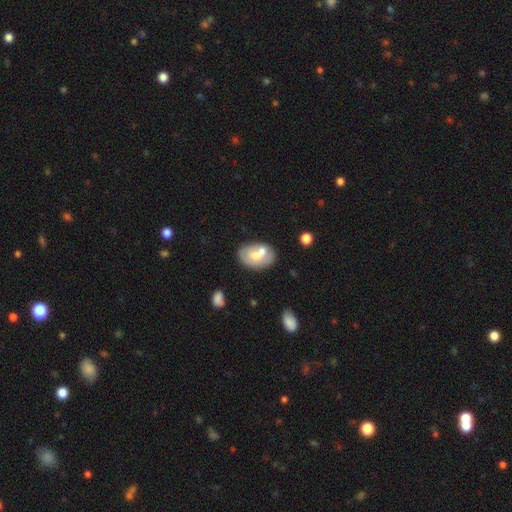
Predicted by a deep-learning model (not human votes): This appears to be a smooth galaxy with no disk features (56%) that is in between round and cigar-shaped (81%). Merging: none (43%).